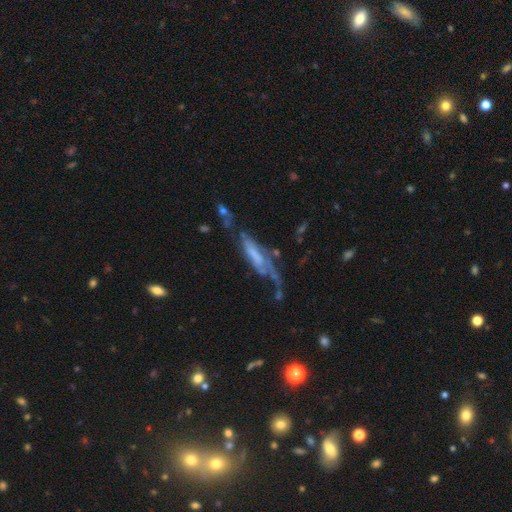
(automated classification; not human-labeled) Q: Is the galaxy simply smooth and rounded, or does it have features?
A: featured or disk — 60%.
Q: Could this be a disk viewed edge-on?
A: no — 63%.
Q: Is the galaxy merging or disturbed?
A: major disturbance — 35%.